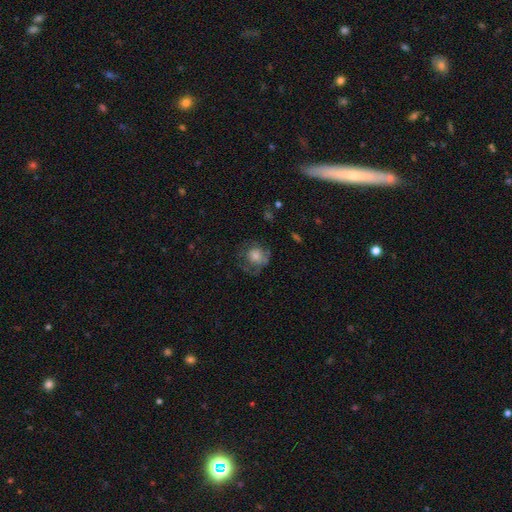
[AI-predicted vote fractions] A smooth galaxy with no disk features (54%) that is round (81%).

Vote fractions:
- Smooth or featured? smooth: 54% / featured or disk: 35% / star or artifact: 11%
- How rounded? round: 81% / in between: 18% / cigar-shaped: 1%
- Merging? none: 55% / minor disturbance: 22% / major disturbance: 21% / merger: 2%